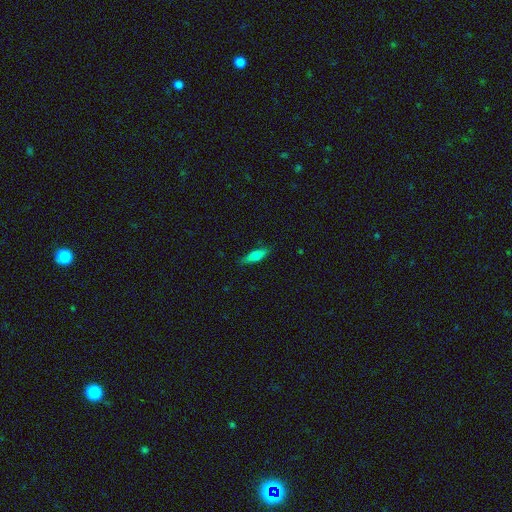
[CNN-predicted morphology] Smooth or featured?
  - smooth: 59% *
  - featured or disk: 34%
  - star or artifact: 7%
How rounded?
  - cigar-shaped: 67% *
  - in between: 31%
  - round: 2%
Merging?
  - none: 87% *
  - minor disturbance: 10%
  - major disturbance: 2%
  - merger: 1%